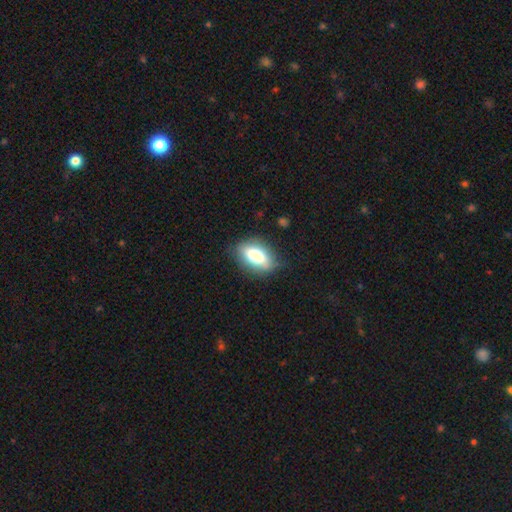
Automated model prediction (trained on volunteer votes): Overall: smooth (74%). How rounded: in between (87%). Merging: none (77%).